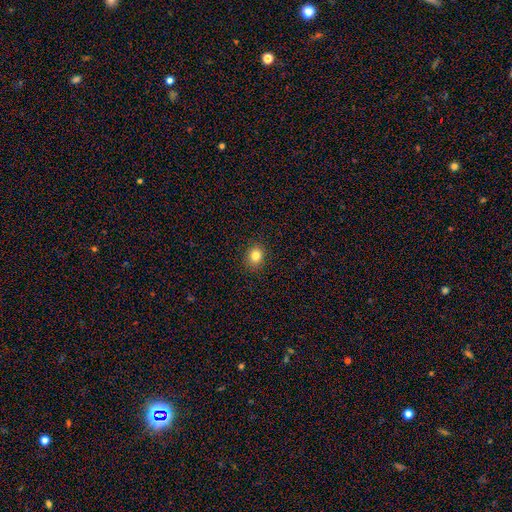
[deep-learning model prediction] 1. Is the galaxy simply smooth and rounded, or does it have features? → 83% smooth, 11% star or artifact, 6% featured or disk.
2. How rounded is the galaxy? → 71% round, 28% in between, 1% cigar-shaped.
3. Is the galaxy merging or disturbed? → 90% none, 7% minor disturbance, 2% major disturbance, 1% merger.